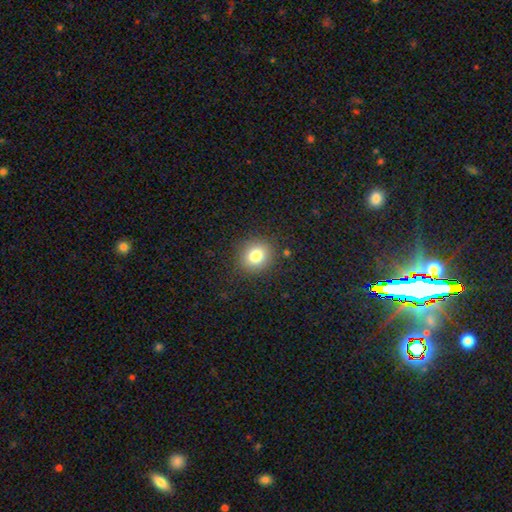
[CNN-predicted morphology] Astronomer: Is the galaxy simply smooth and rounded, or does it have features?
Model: smooth — 80%.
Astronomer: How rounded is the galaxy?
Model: round — 79%.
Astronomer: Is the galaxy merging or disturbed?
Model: none — 87%.